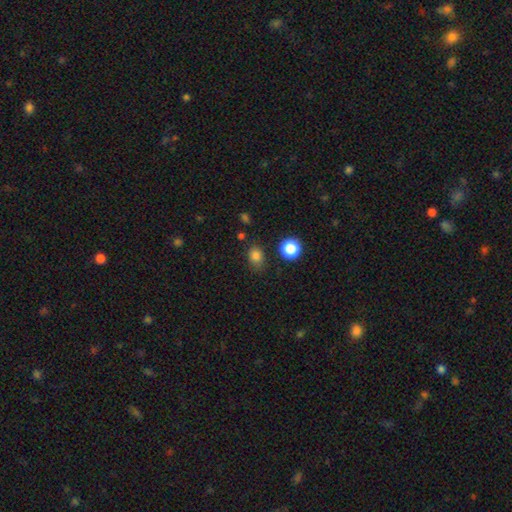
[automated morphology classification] Smooth or featured: smooth — 82% (star or artifact — 14%)
How rounded: round — 55% (in between — 44%)
Merging: none — 77% (minor disturbance — 15%)